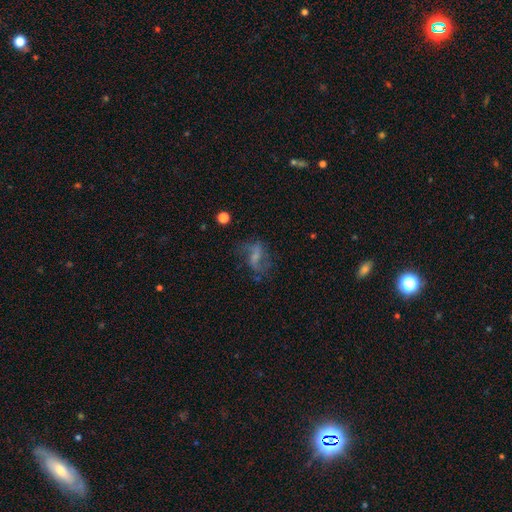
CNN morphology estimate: type=featured or disk (63%); edge-on=no (96%); bar=weak (44%); spiral arms=yes (80%); bulge=none (40%); merging=none (53%).